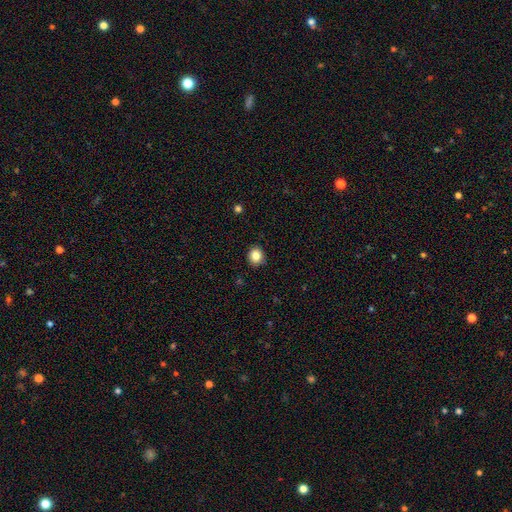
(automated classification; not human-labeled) Smooth or featured: smooth — 84% (star or artifact — 10%)
How rounded: round — 80% (in between — 19%)
Merging: none — 91% (minor disturbance — 6%)